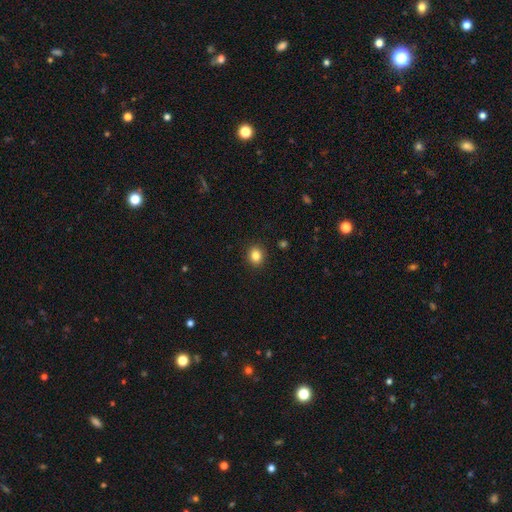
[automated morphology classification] A smooth galaxy with no disk features (84%) that is round (66%). Merging: none (91%).